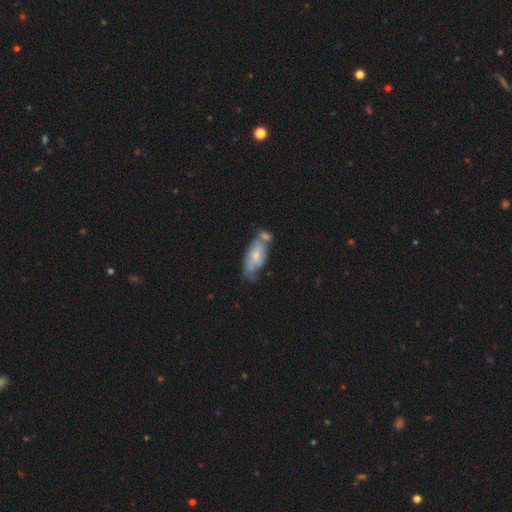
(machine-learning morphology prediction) Overall: smooth (48%; featured or disk 46%). Merging: merger (37%; none 30%).